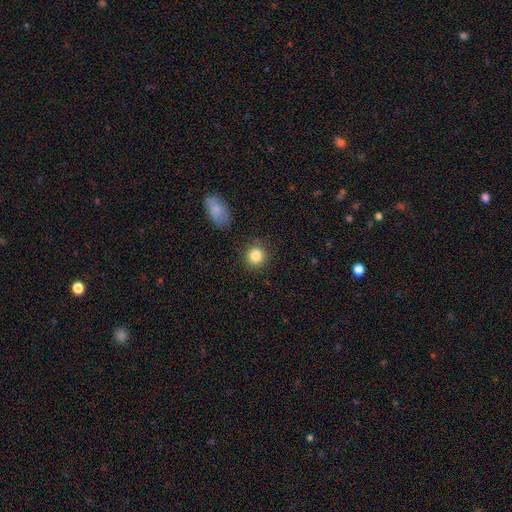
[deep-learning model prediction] Q: Smooth or featured?
A: smooth (85%); runner-up: star or artifact (10%)
Q: How rounded?
A: round (90%); runner-up: in between (9%)
Q: Merging?
A: none (88%); runner-up: minor disturbance (7%)